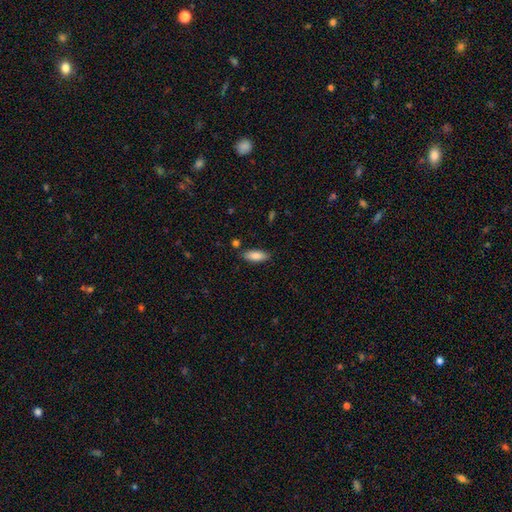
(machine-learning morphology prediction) Smooth or featured?
  - smooth: 85% *
  - featured or disk: 8%
  - star or artifact: 6%
How rounded?
  - in between: 78% *
  - cigar-shaped: 20%
  - round: 2%
Merging?
  - none: 83% *
  - minor disturbance: 11%
  - merger: 3%
  - major disturbance: 2%